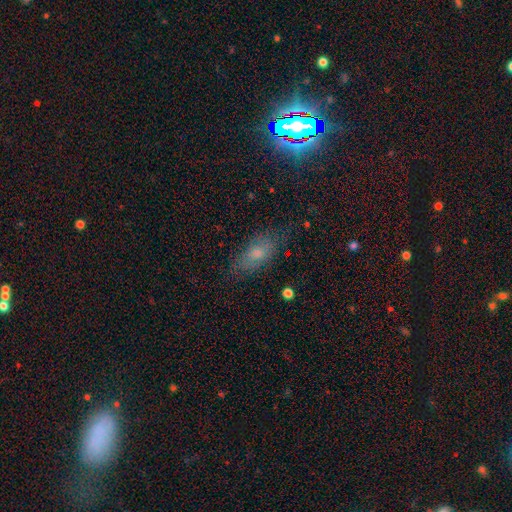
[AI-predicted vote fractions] Smooth or featured? star or artifact (46%)